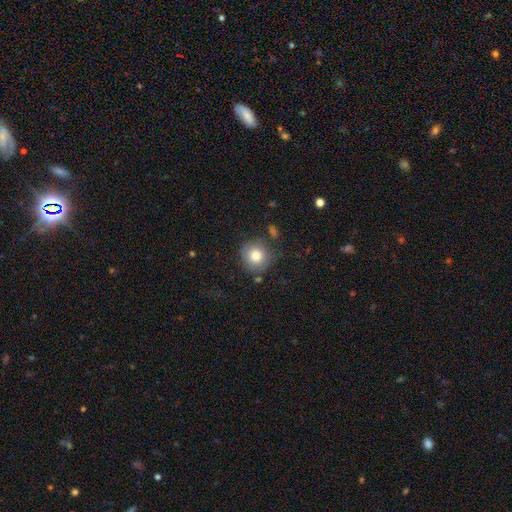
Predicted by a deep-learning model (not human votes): Q: Smooth or featured?
A: smooth (81%); runner-up: featured or disk (10%)
Q: How rounded?
A: round (91%); runner-up: in between (8%)
Q: Merging?
A: none (76%); runner-up: minor disturbance (15%)